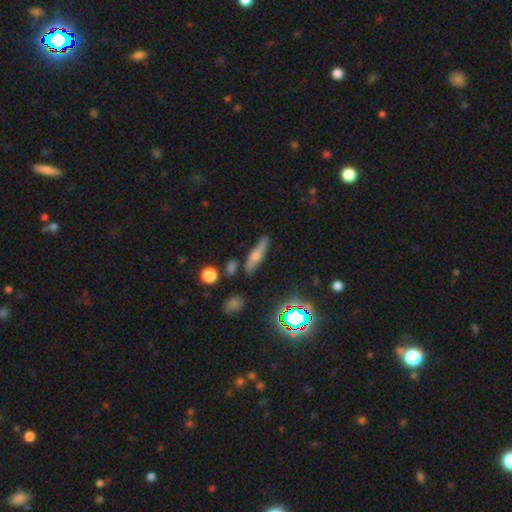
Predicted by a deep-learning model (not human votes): Smooth or featured? Predicted: smooth (p=0.54). How rounded? Predicted: cigar-shaped (p=0.70). Merging? Predicted: none (p=0.78).